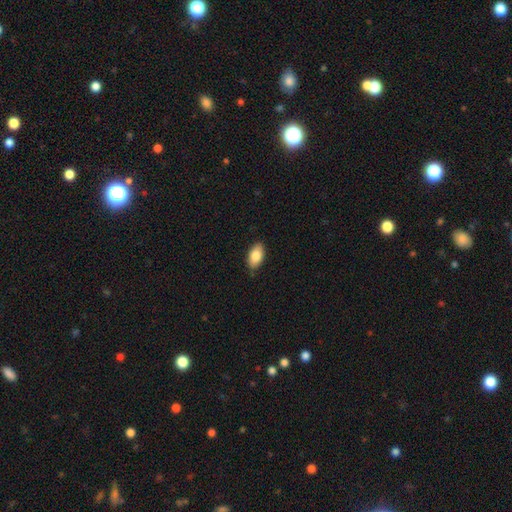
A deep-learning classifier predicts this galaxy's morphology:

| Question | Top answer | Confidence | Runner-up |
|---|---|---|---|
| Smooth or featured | smooth | 84% | featured or disk (9%) |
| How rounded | in between | 93% | round (4%) |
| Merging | none | 86% | minor disturbance (11%) |